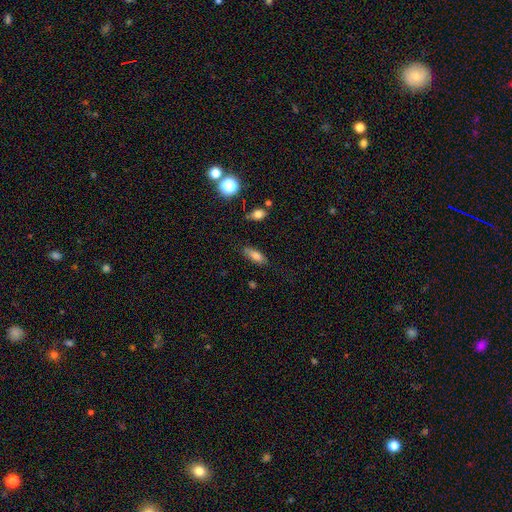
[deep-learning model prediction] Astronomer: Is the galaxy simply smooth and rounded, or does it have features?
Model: smooth — 79%.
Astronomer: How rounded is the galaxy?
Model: in between — 75%.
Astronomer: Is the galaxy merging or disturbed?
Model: none — 79%.